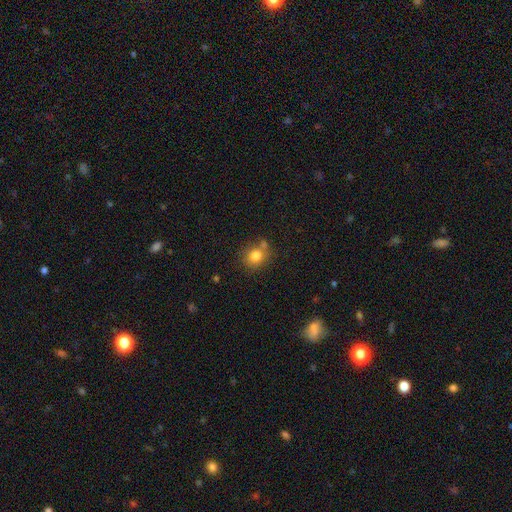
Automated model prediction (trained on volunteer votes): This appears to be a smooth galaxy with no disk features (80%) that is round (75%). Merging: none (63%).